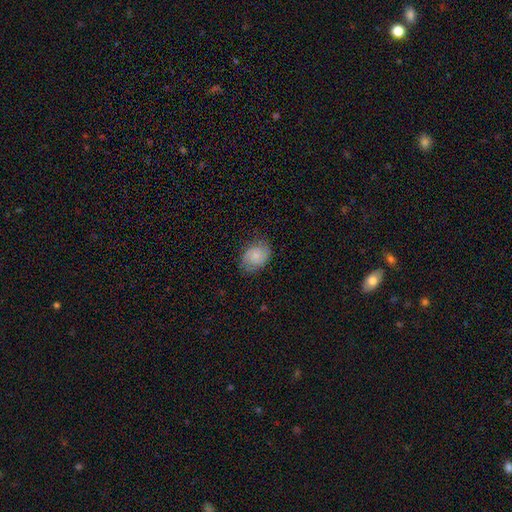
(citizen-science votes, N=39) Volunteers were most divided on "smooth or featured": smooth: 59%, featured or disk: 36%, star or artifact: 5%. More confident: how rounded — in between (74%); merging — none (59%).